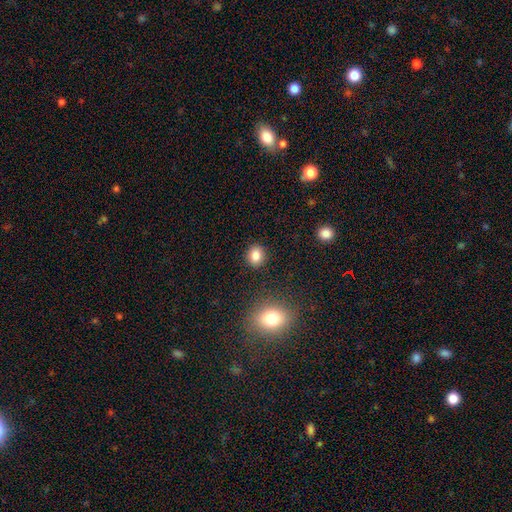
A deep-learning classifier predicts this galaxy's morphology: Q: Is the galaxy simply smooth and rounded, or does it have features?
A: smooth — 84%.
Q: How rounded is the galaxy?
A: round — 72%.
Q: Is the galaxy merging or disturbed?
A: none — 89%.